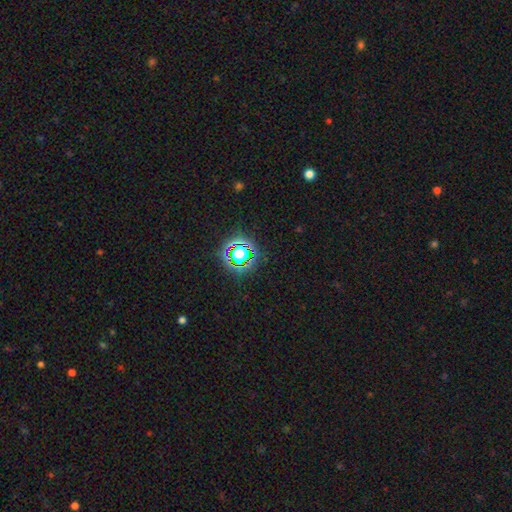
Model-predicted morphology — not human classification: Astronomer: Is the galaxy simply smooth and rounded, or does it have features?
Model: star or artifact — 78%.